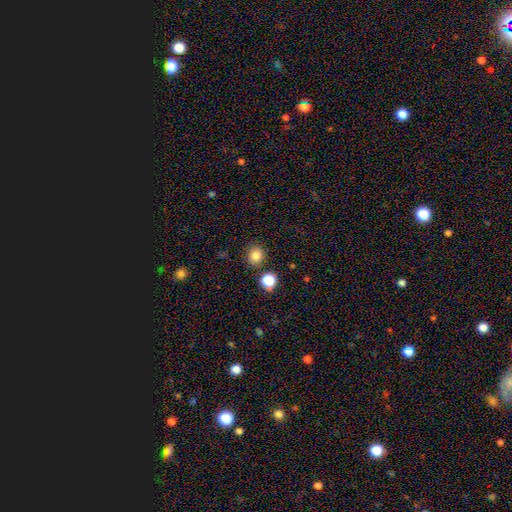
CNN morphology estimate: This appears to be a smooth galaxy with no disk features (82%) that is round (82%). Merging: none (83%).